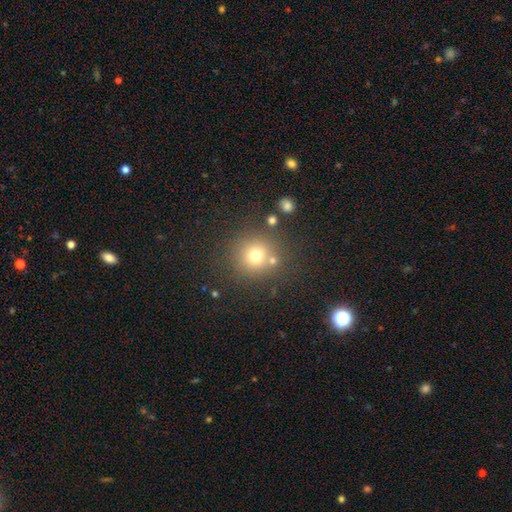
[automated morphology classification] smooth-or-featured: smooth: 71% | star or artifact: 18% | featured or disk: 11%
  how-rounded: round: 92% | in between: 7% | cigar-shaped: 1%
  merging: none: 78% | merger: 9% | minor disturbance: 9% | major disturbance: 4%